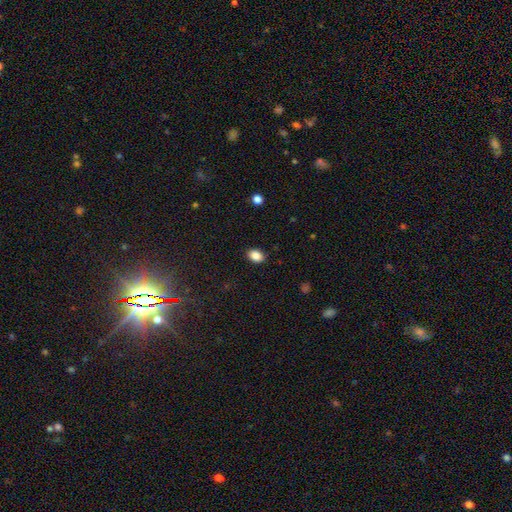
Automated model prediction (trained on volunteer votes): A smooth galaxy with no disk features (87%) that is in between round and cigar-shaped (73%). Merging: none (88%).